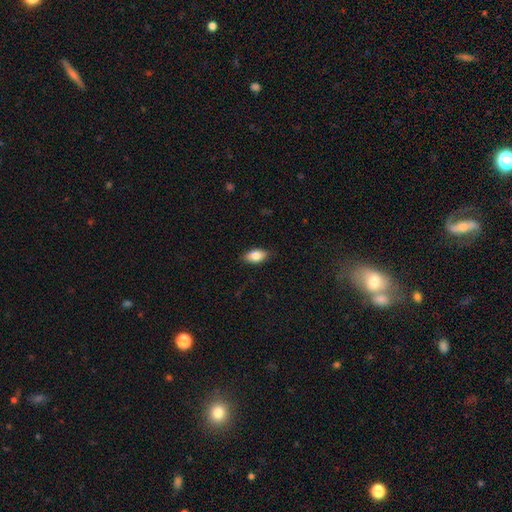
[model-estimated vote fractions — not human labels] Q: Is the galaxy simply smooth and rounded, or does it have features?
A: smooth — 82%.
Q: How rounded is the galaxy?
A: in between — 91%.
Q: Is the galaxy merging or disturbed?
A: none — 86%.